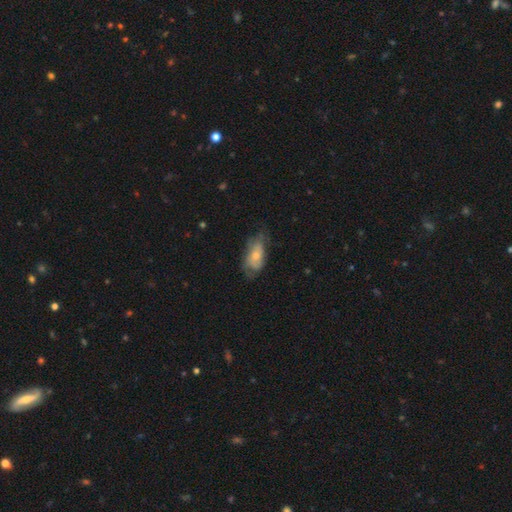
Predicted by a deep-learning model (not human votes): A smooth galaxy with no disk features (55%) that is in between round and cigar-shaped (89%). Merging: none (49%).